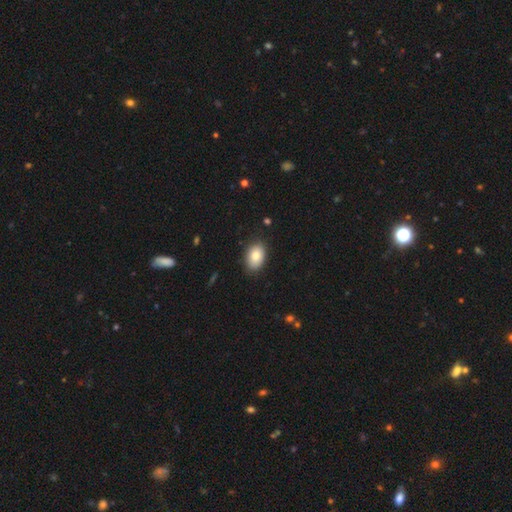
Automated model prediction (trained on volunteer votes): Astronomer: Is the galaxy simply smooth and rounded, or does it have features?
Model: smooth — 82%.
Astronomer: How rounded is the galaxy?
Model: in between — 84%.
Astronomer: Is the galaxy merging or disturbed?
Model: none — 84%.